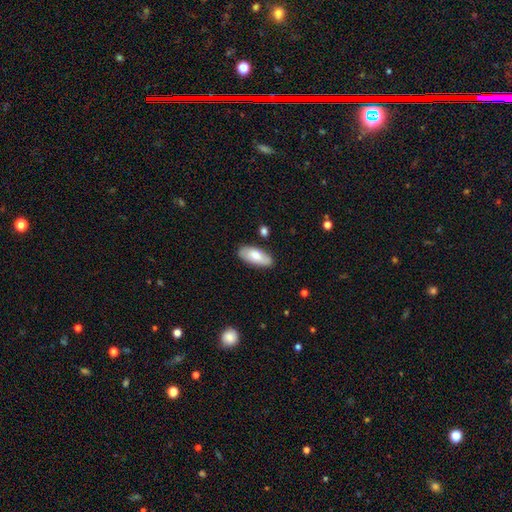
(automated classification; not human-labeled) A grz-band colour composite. It shows a smooth galaxy with no disk features (73%) that is in between round and cigar-shaped (87%). Merging: none (83%).